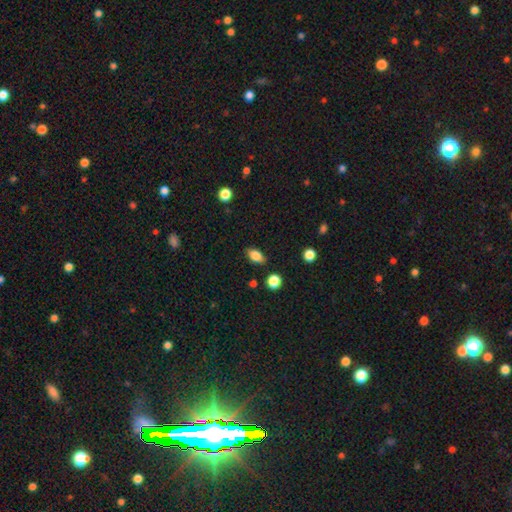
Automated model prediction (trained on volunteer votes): Overall: smooth (80%). How rounded: in between (85%). Merging: none (85%).